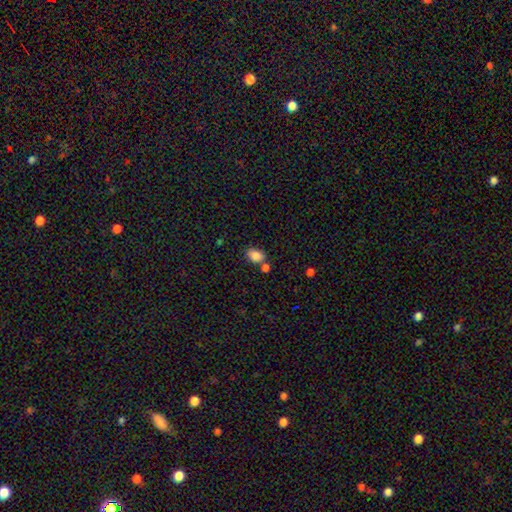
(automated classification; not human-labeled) A smooth galaxy with no disk features (86%) that is in between round and cigar-shaped (82%). Merging: none (64%).